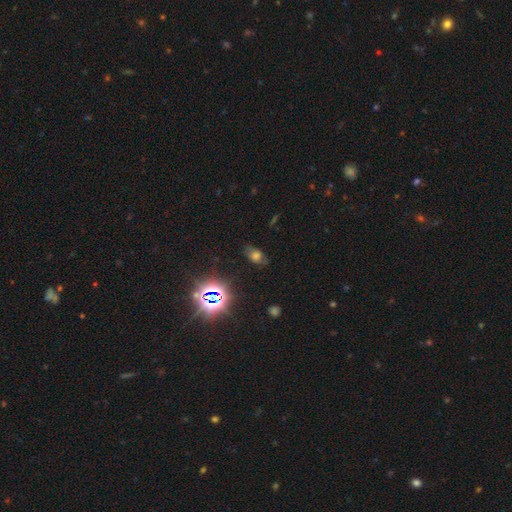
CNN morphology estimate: This is possibly a smooth galaxy (49%). Merging: likely none (70%).